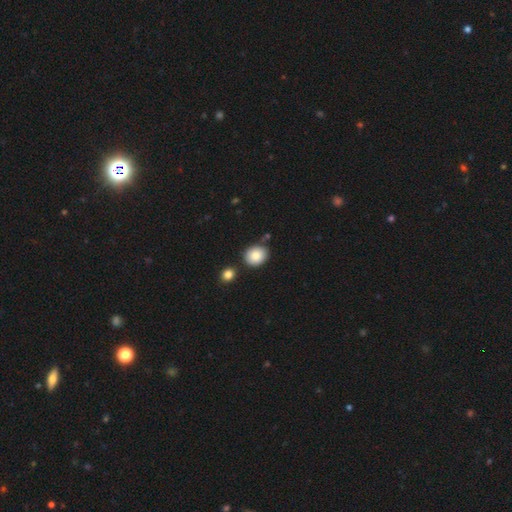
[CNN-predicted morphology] This appears to be a smooth galaxy with no disk features (85%) that is round (65%). Merging: none (78%).